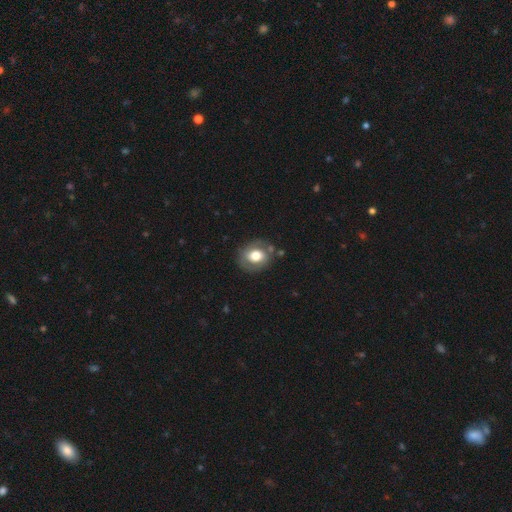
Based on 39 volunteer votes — Smooth or featured? 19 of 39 (49%) said smooth. How rounded? 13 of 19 (68%) said round. Merging? 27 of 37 (73%) said none.